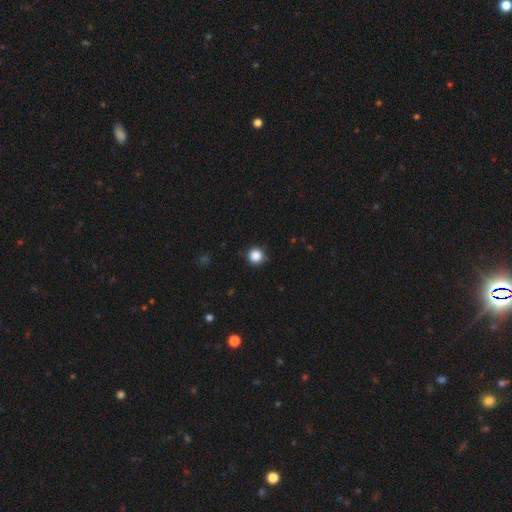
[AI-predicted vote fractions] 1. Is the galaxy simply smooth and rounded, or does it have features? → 87% smooth, 11% star or artifact, 3% featured or disk.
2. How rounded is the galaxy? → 95% round, 4% in between, 1% cigar-shaped.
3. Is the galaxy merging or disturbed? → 88% none, 8% minor disturbance, 2% major disturbance, 1% merger.